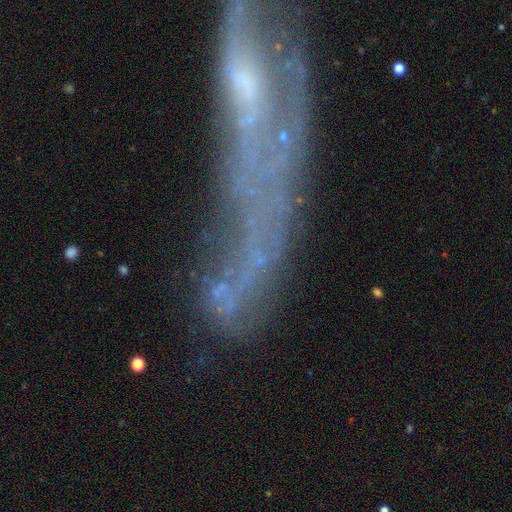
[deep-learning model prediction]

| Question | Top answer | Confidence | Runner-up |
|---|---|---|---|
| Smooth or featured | featured or disk | 61% | smooth (24%) |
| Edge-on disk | no | 63% | yes (37%) |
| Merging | none | 43% | major disturbance (26%) |